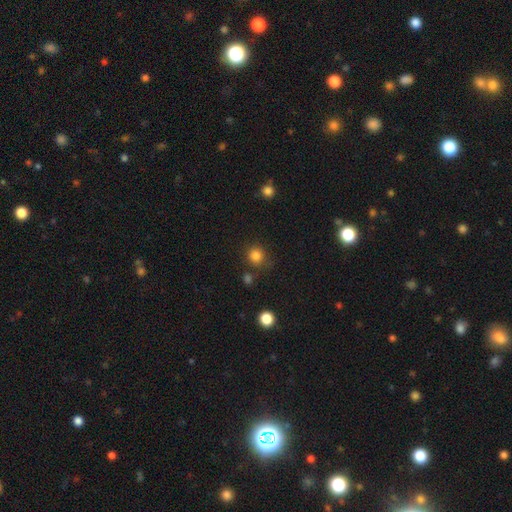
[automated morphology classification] The model was most divided on "merging": none: 80%, minor disturbance: 10%, merger: 5%, major disturbance: 4%. More confident: how rounded — round (91%); smooth or featured — smooth (83%).